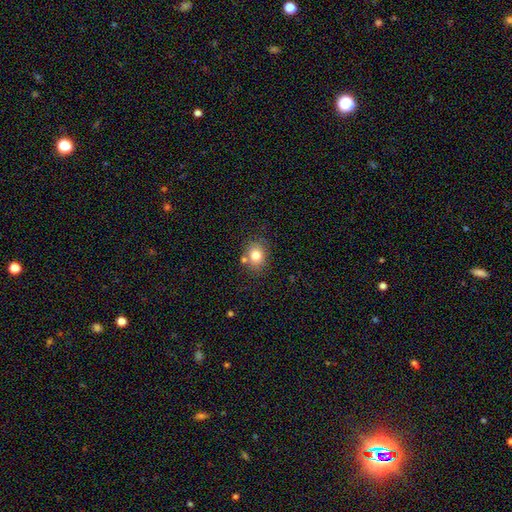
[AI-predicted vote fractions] This appears to be a smooth galaxy with no disk features (79%) that is round (59%). Merging: none (72%).